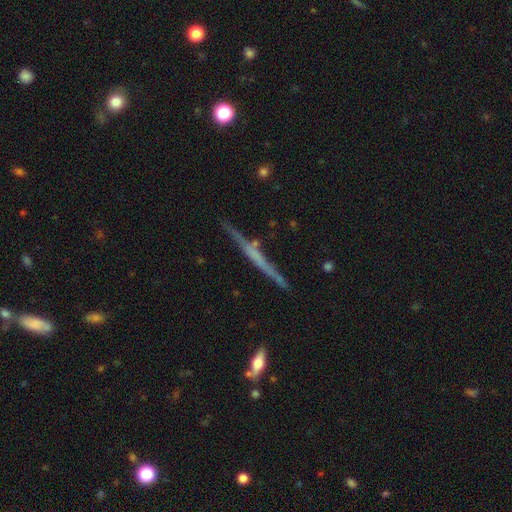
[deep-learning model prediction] Q: Smooth or featured?
A: featured or disk (67%); runner-up: smooth (26%)
Q: Edge-on disk?
A: yes (97%); runner-up: no (3%)
Q: Edge-on bulge?
A: none (67%); runner-up: rounded (20%)
Q: Merging?
A: none (82%); runner-up: minor disturbance (12%)